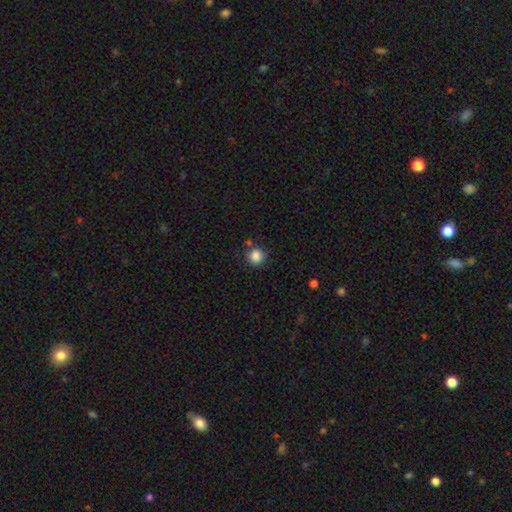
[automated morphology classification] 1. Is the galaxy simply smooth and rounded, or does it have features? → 86% smooth, 10% star or artifact, 3% featured or disk.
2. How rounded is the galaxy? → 94% round, 5% in between, 1% cigar-shaped.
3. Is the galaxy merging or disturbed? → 82% none, 9% minor disturbance, 6% merger, 3% major disturbance.